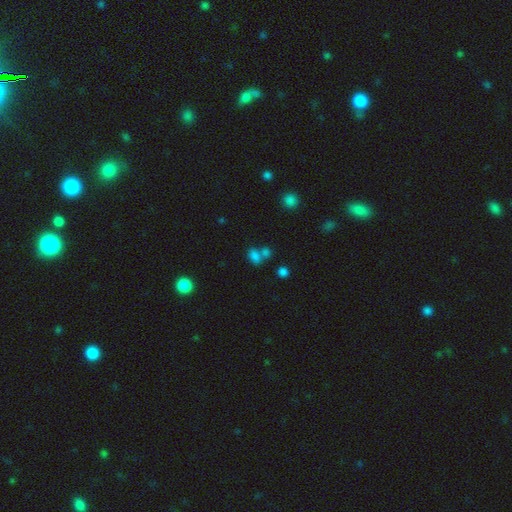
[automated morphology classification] Smooth or featured? smooth (76%)
How rounded? in between (77%)
Merging? merger (42%)